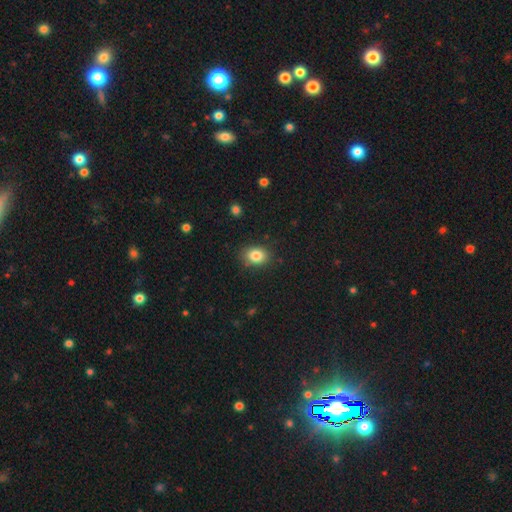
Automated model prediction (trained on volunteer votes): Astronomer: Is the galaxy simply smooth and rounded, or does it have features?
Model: smooth — 84%.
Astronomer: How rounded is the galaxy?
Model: in between — 66%.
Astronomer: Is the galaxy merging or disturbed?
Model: none — 85%.